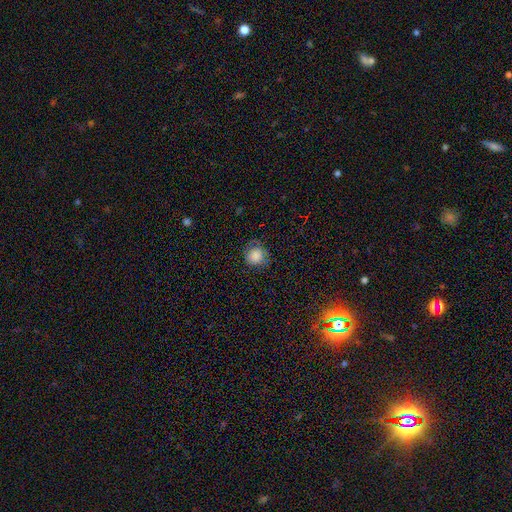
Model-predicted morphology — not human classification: This is clearly a smooth galaxy (80%). How rounded: clearly round (87%). Merging: likely none (70%).